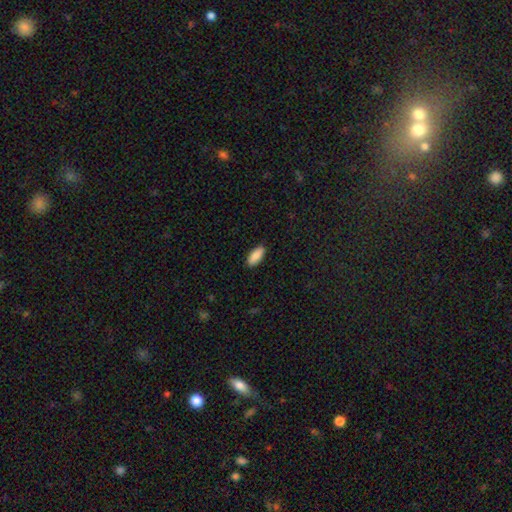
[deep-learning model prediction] Smooth or featured? Predicted: smooth (p=0.89). How rounded? Predicted: in between (p=0.84). Merging? Predicted: none (p=0.89).